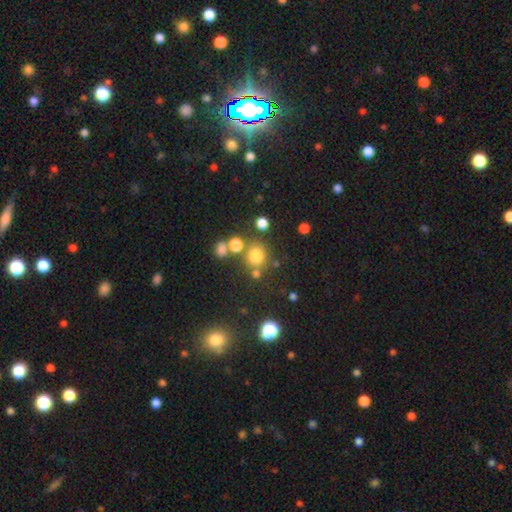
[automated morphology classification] Smooth or featured? Predicted: smooth (p=0.72). How rounded? Predicted: round (p=0.83). Merging? Predicted: none (p=0.70).